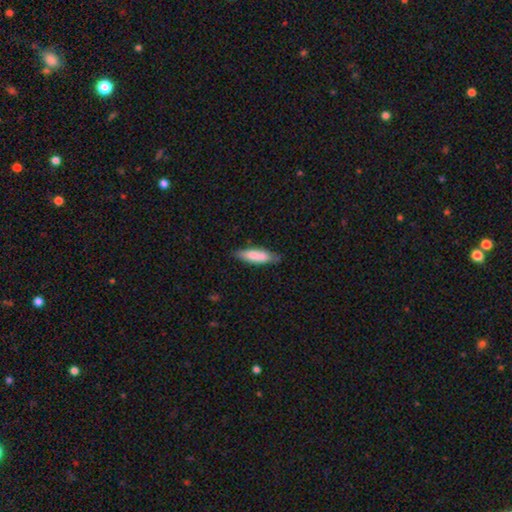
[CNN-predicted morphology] smooth_or_featured: smooth (p=0.80) [alt: featured or disk p=0.14]
how_rounded: cigar-shaped (p=0.57) [alt: in between p=0.42]
merging: none (p=0.76) [alt: minor disturbance p=0.19]